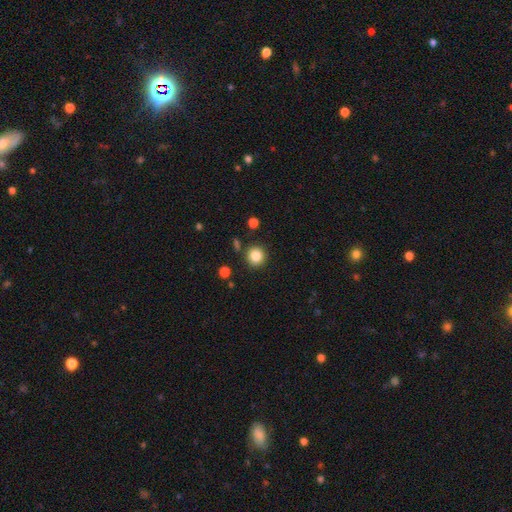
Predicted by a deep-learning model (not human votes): A smooth galaxy with no disk features (85%) that is round (93%).

Vote fractions:
- Smooth or featured? smooth: 85% / star or artifact: 10% / featured or disk: 4%
- How rounded? round: 93% / in between: 6% / cigar-shaped: 1%
- Merging? none: 88% / minor disturbance: 7% / merger: 3% / major disturbance: 2%